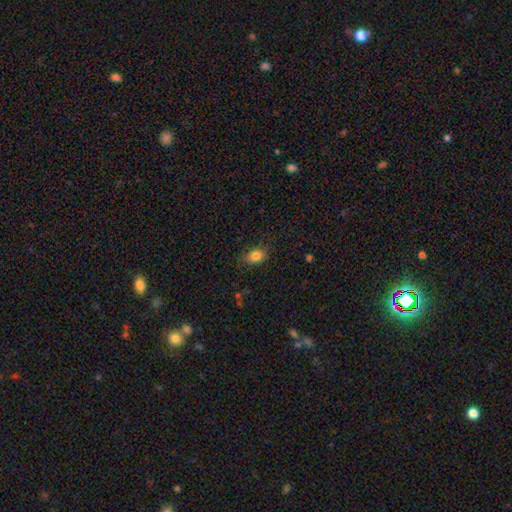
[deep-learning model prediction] This is clearly a smooth galaxy (83%). How rounded: likely in between (65%). Merging: likely none (75%).